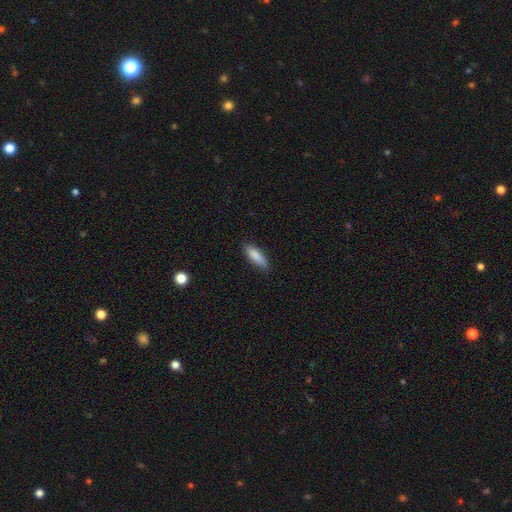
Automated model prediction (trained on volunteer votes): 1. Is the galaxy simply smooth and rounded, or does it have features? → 85% smooth, 8% featured or disk, 6% star or artifact.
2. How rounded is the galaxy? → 53% cigar-shaped, 46% in between, 2% round.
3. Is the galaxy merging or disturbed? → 83% none, 14% minor disturbance, 2% major disturbance, 1% merger.